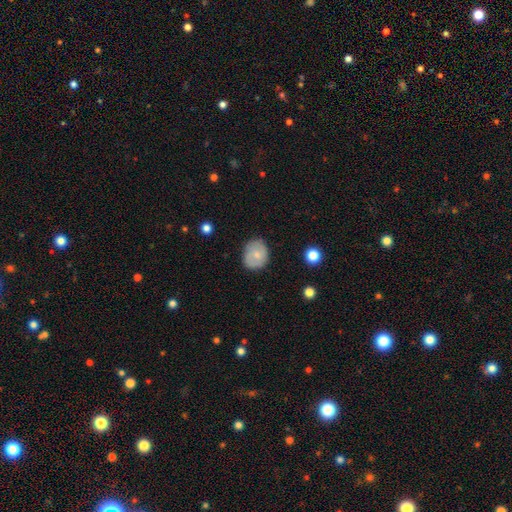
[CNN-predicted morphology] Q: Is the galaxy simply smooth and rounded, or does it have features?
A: smooth — 67%.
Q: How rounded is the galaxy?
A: round — 62%.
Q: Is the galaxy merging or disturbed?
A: none — 76%.